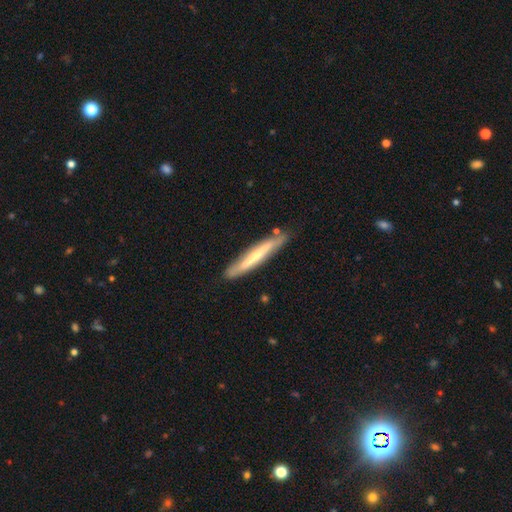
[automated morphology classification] Smooth or featured? featured or disk (55%)
Edge-on disk? yes (82%)
Merging? none (80%)